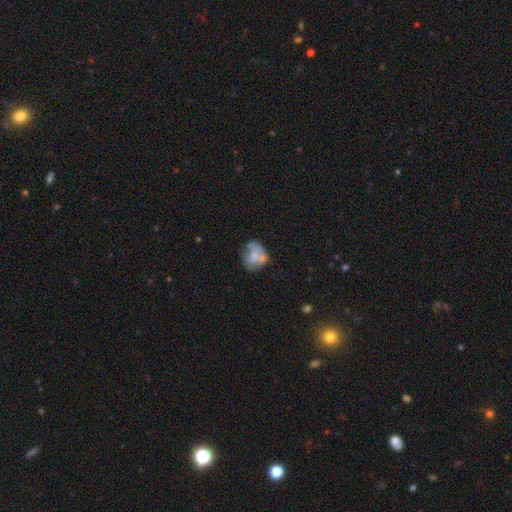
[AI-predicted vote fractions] Smooth or featured? Predicted: smooth (p=0.49). Merging? Predicted: none (p=0.38).